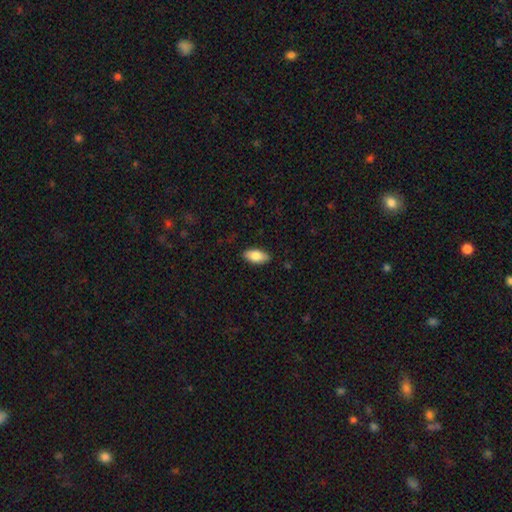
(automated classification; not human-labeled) smooth 83%, featured or disk 11%, star or artifact 6%. Down the decision tree: how rounded — in between (91%); merging — none (88%).